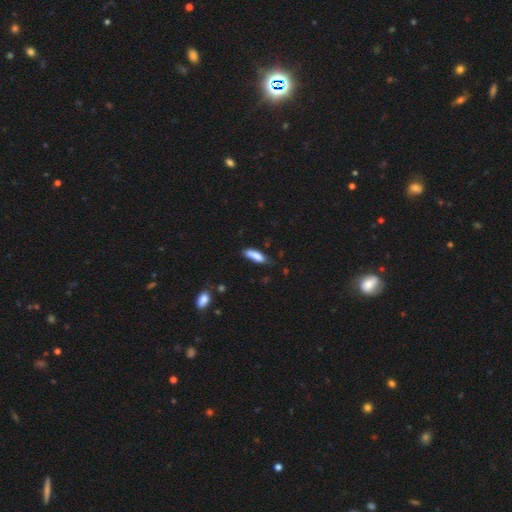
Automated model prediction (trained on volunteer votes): Smooth or featured: smooth — 82% (featured or disk — 10%)
How rounded: cigar-shaped — 54% (in between — 44%)
Merging: none — 56% (minor disturbance — 32%)